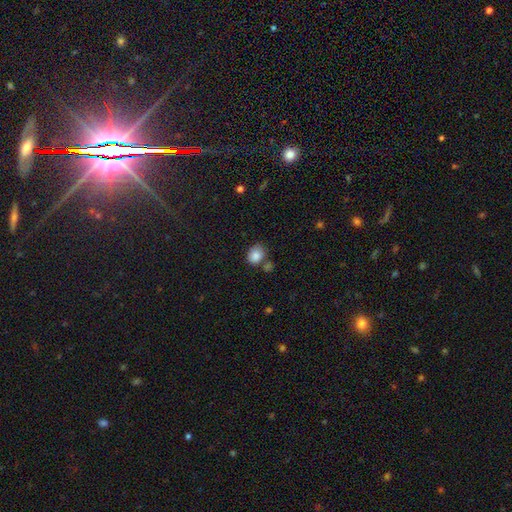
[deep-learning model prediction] Smooth or featured: smooth — 85% (star or artifact — 9%)
How rounded: round — 53% (in between — 46%)
Merging: none — 62% (minor disturbance — 17%)